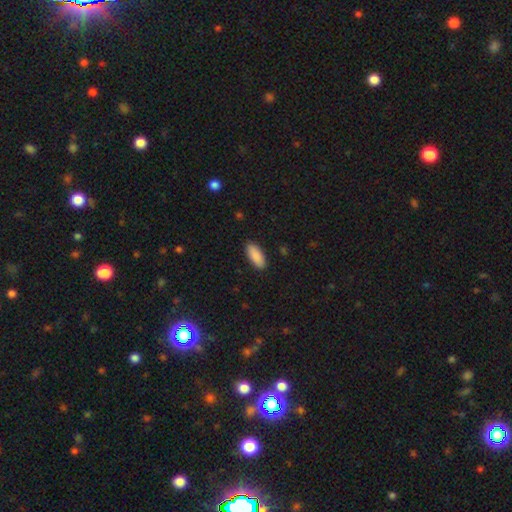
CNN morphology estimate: type=smooth (90%); roundness=in between (85%); merging=none (89%).